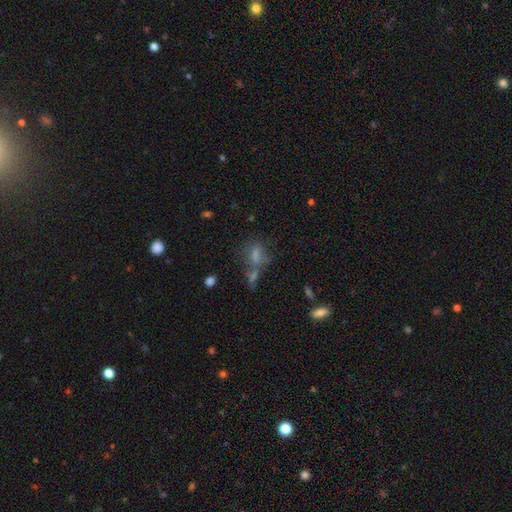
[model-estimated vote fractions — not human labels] This is likely a smooth galaxy (62%). How rounded: likely in between (70%). Merging: marginally merger (41%).